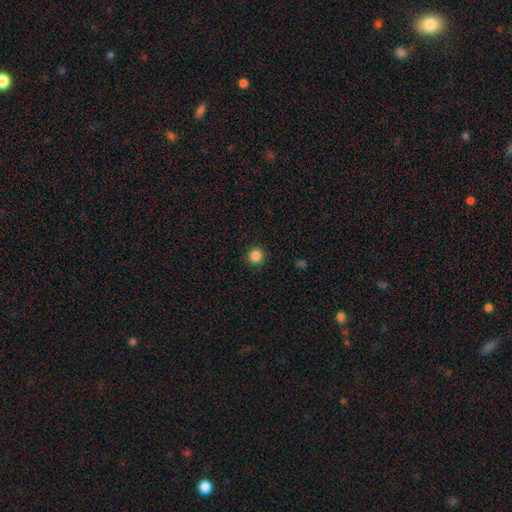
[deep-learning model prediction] A smooth galaxy with no disk features (85%) that is round (95%).

Vote fractions:
- Smooth or featured? smooth: 85% / star or artifact: 11% / featured or disk: 3%
- How rounded? round: 95% / in between: 4% / cigar-shaped: 1%
- Merging? none: 92% / minor disturbance: 5% / major disturbance: 2% / merger: 1%